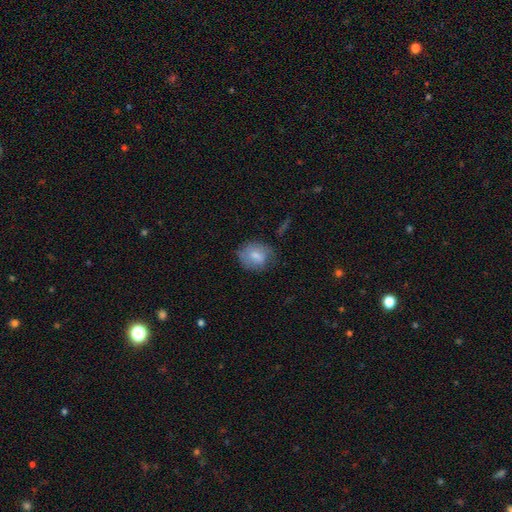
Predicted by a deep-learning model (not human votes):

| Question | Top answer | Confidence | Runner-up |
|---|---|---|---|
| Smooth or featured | smooth | 69% | featured or disk (23%) |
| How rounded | round | 60% | in between (39%) |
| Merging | none | 60% | minor disturbance (28%) |